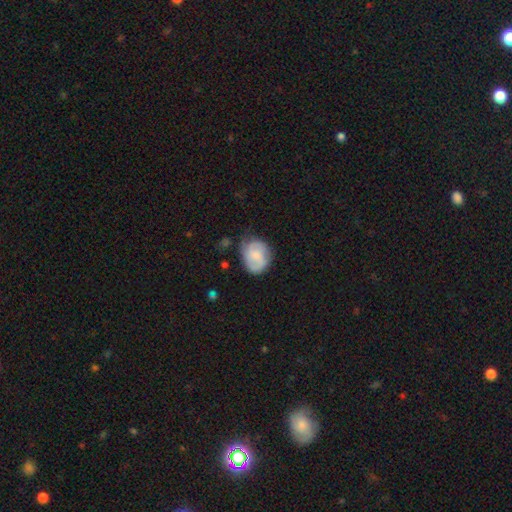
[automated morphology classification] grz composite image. It shows a smooth galaxy with no disk features (51%) that is round (57%). Merging: none (54%).